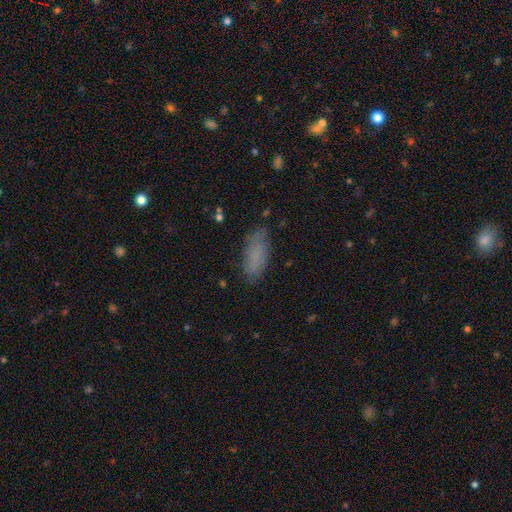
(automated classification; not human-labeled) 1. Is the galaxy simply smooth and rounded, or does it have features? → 78% smooth, 13% featured or disk, 9% star or artifact.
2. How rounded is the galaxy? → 78% in between, 20% cigar-shaped, 2% round.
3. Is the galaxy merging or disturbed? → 76% none, 17% minor disturbance, 5% major disturbance, 2% merger.